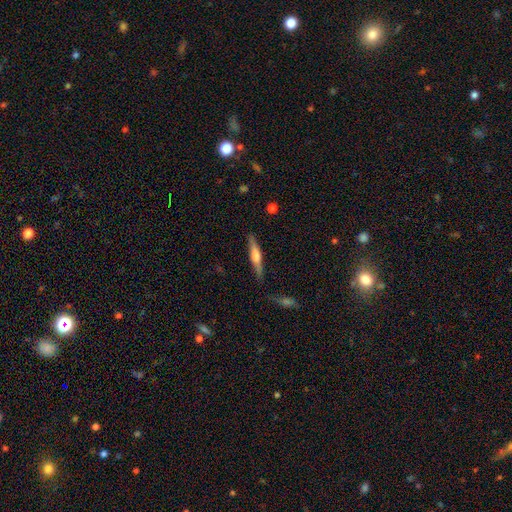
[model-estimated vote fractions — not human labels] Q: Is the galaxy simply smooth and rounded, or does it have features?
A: featured or disk — 52%.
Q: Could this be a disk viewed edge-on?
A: yes — 96%.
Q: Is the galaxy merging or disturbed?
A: none — 84%.